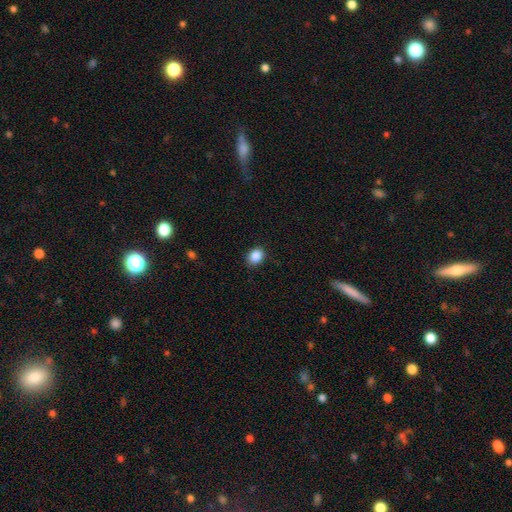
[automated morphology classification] This appears to be a smooth galaxy with no disk features (87%) that is round (50%). Merging: none (89%).